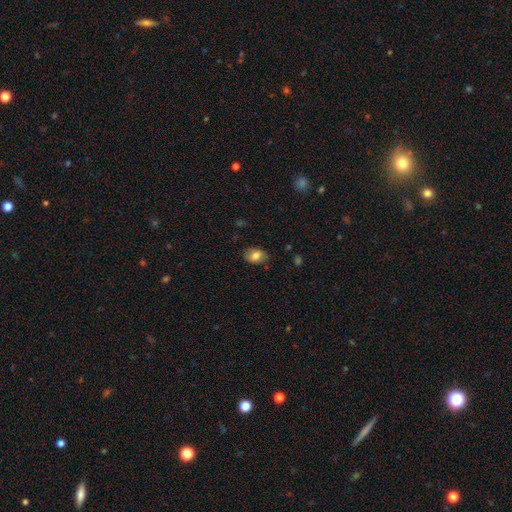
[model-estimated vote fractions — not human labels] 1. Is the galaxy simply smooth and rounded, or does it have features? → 79% smooth, 13% featured or disk, 8% star or artifact.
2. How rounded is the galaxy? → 77% in between, 22% round, 1% cigar-shaped.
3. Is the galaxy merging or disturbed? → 81% none, 15% minor disturbance, 3% major disturbance, 1% merger.